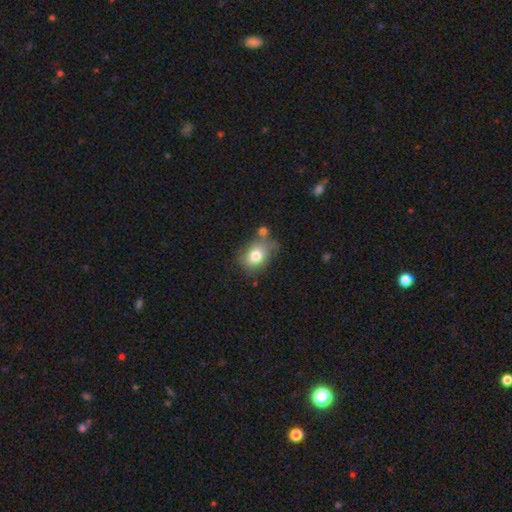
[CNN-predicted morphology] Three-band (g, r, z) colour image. It shows a smooth galaxy with no disk features (77%) that is in between round and cigar-shaped (60%). Merging: none (53%).